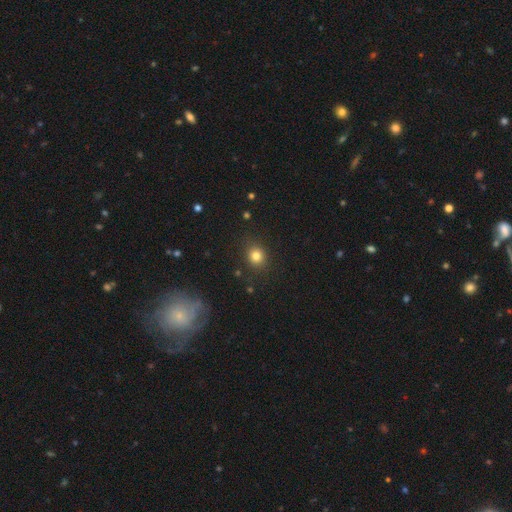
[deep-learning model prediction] Overall: smooth (81%). How rounded: round (77%). Merging: none (86%).